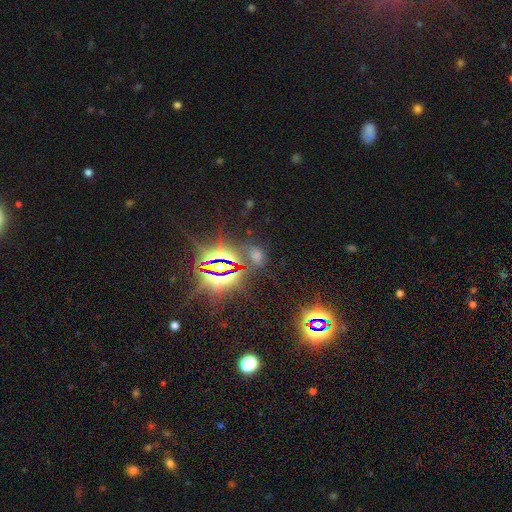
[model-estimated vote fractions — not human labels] smooth-or-featured: star or artifact: 74% | smooth: 17% | featured or disk: 9%